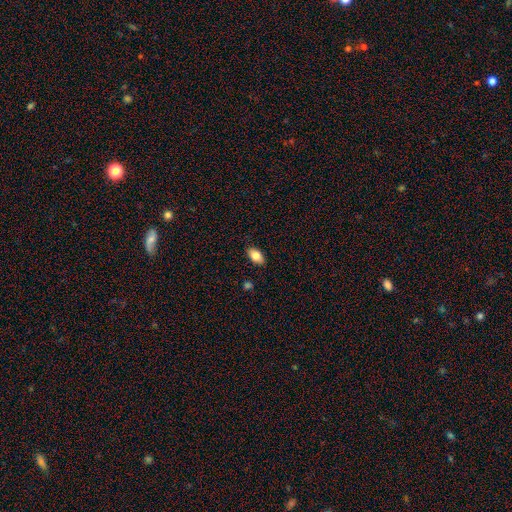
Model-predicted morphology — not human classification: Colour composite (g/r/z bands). It shows a smooth galaxy with no disk features (82%) that is in between round and cigar-shaped (92%). Merging: none (88%).